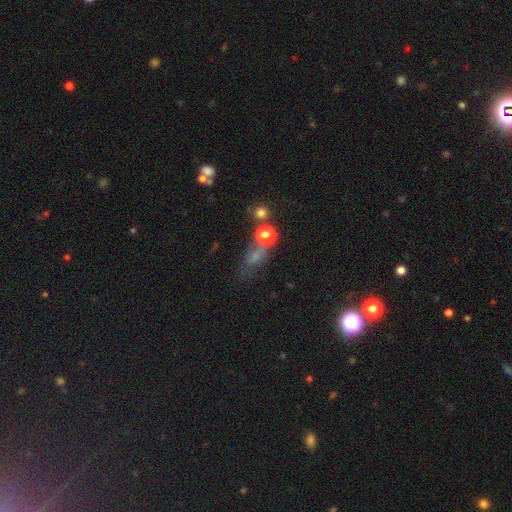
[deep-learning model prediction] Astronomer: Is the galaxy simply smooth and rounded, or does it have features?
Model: smooth — 51% (runner-up: star or artifact, 28%).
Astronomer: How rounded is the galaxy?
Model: in between — 62%.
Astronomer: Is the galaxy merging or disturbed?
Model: none — 43% (runner-up: minor disturbance, 20%).